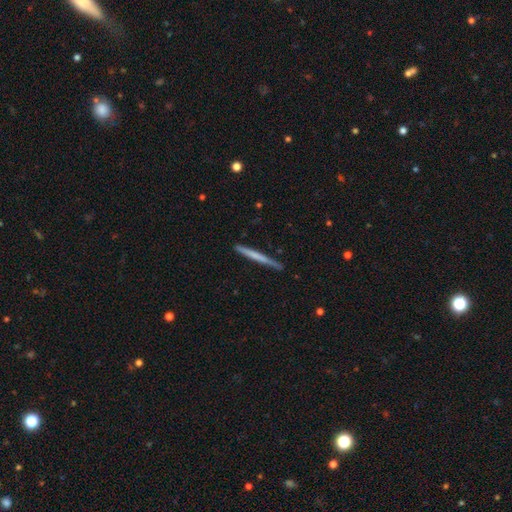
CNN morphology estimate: Q: Smooth or featured?
A: smooth (54%); runner-up: featured or disk (41%)
Q: How rounded?
A: cigar-shaped (97%); runner-up: in between (2%)
Q: Merging?
A: none (88%); runner-up: minor disturbance (9%)